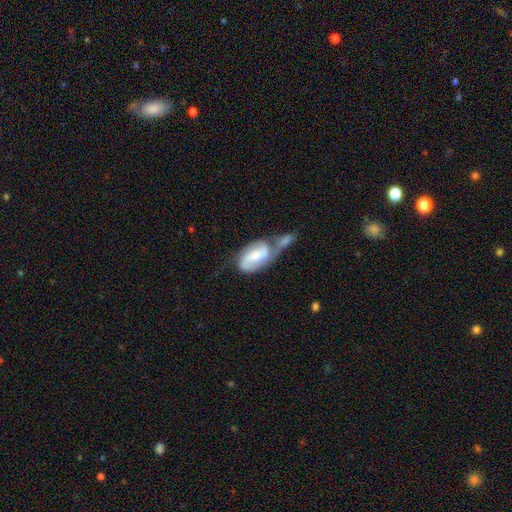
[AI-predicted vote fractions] Smooth or featured? featured or disk (66%)
Edge-on disk? no (96%)
Bar? weak (43%)
Spiral arms? yes (90%)
Spiral winding? medium (44%)
Spiral arm count? 2 (83%)
Bulge size? moderate (37%)
Merging? merger (53%)